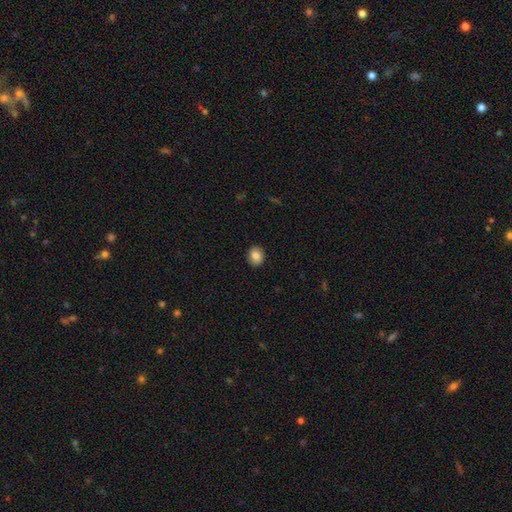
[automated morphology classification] type=smooth (85%); roundness=round (66%); merging=none (90%).